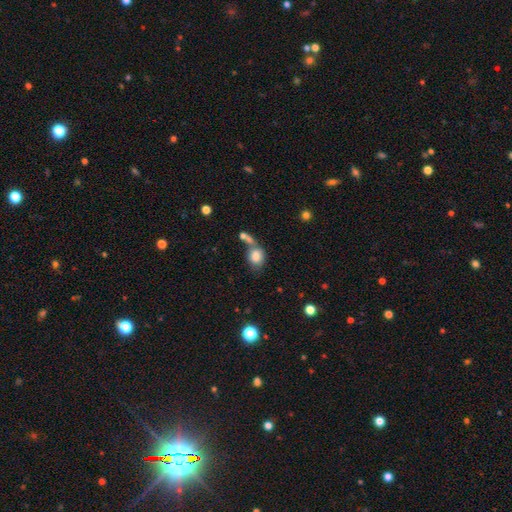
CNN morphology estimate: A smooth galaxy with no disk features (81%) that is in between round and cigar-shaped (52%). Merging: merger (41%).